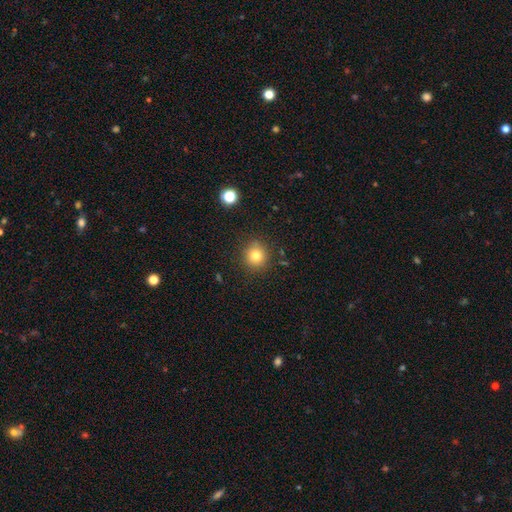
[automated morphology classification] Smooth or featured? Predicted: smooth (p=0.79). How rounded? Predicted: round (p=0.92). Merging? Predicted: none (p=0.87).